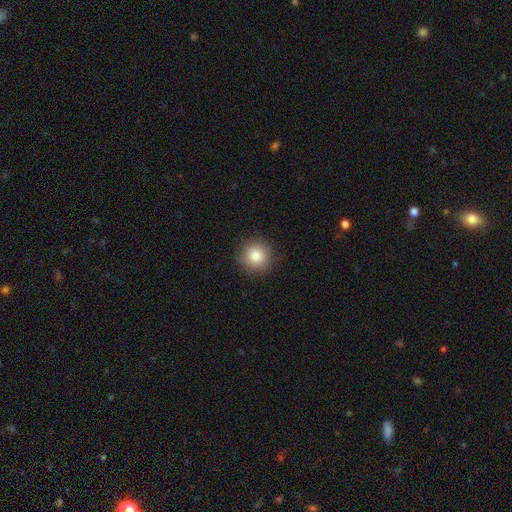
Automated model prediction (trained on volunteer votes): A smooth galaxy with no disk features (82%) that is round (94%).

Vote fractions:
- Smooth or featured? smooth: 82% / star or artifact: 10% / featured or disk: 8%
- How rounded? round: 94% / in between: 5% / cigar-shaped: 1%
- Merging? none: 89% / minor disturbance: 8% / major disturbance: 2% / merger: 1%